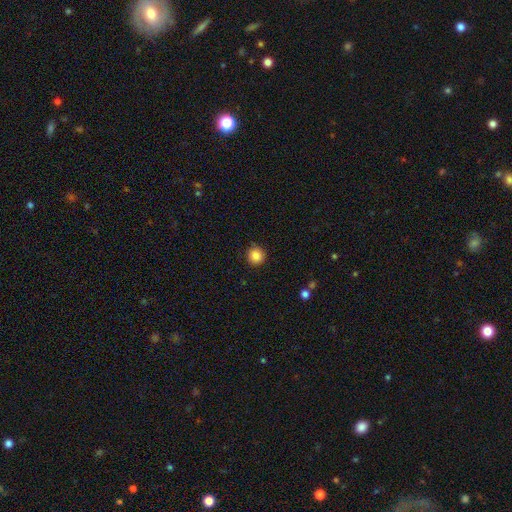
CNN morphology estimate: The model was most divided on "smooth or featured": smooth: 86%, star or artifact: 10%, featured or disk: 4%. More confident: how rounded — round (94%); merging — none (90%).